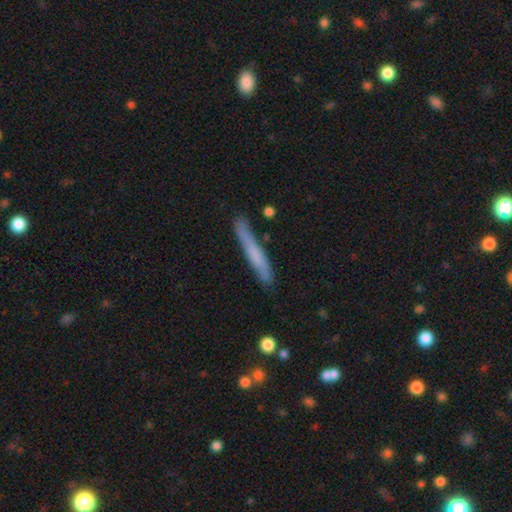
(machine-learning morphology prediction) A smooth galaxy with no disk features (63%) that is cigar-shaped (95%). Merging: none (76%).